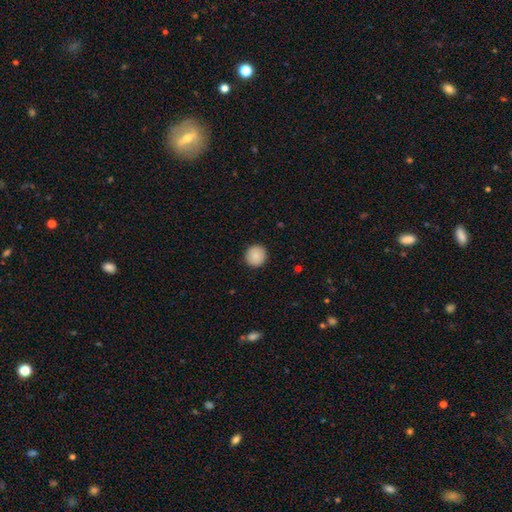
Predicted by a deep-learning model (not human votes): smooth 88%, star or artifact 8%, featured or disk 4%. Down the decision tree: how rounded — round (95%); merging — none (92%).